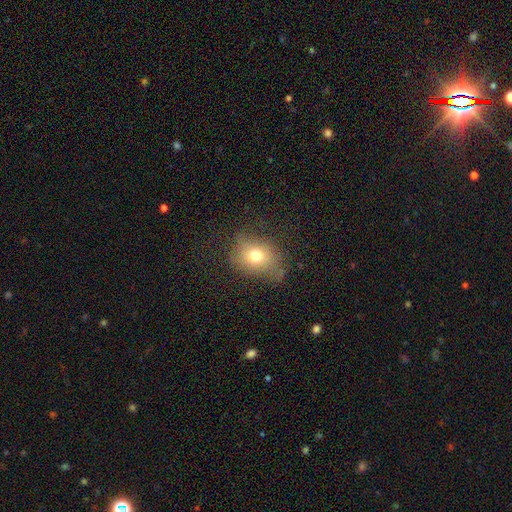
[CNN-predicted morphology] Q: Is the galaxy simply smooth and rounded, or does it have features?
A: smooth — 71%.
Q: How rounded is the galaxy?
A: round — 51%.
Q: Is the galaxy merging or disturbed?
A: none — 58%.